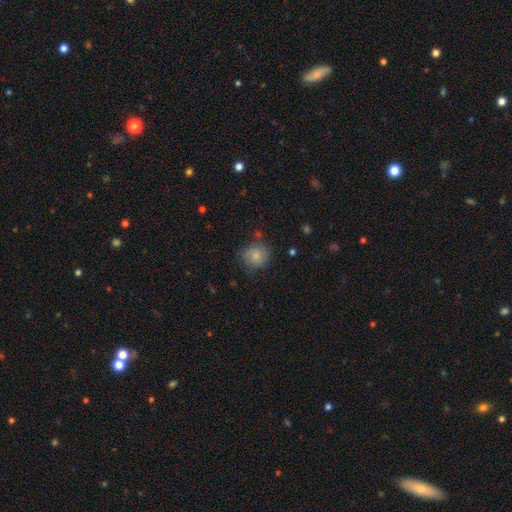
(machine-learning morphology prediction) Smooth or featured: smooth — 80% (featured or disk — 11%)
How rounded: round — 82% (in between — 17%)
Merging: none — 72% (minor disturbance — 19%)